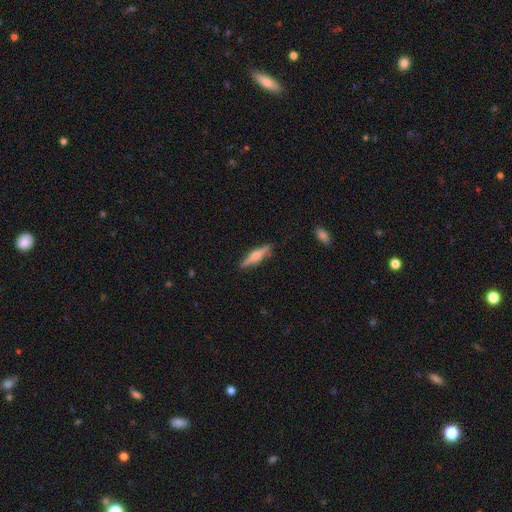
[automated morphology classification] The model was most divided on "smooth or featured": featured or disk: 61%, smooth: 33%, star or artifact: 6%. More confident: edge-on disk — yes (96%); merging — none (89%); edge-on bulge — rounded (89%).